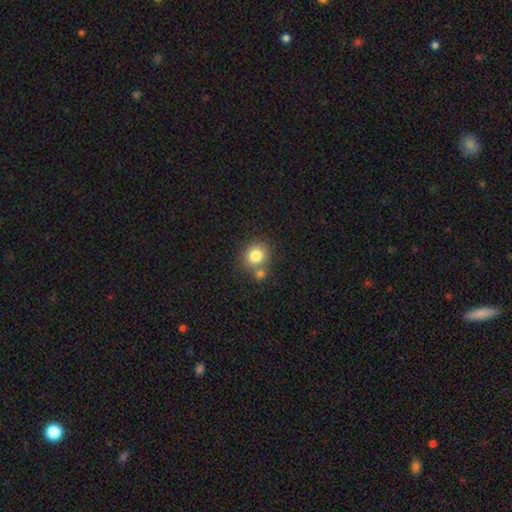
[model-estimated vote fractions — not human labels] Smooth or featured? Predicted: smooth (p=0.81). How rounded? Predicted: round (p=0.81). Merging? Predicted: none (p=0.60).